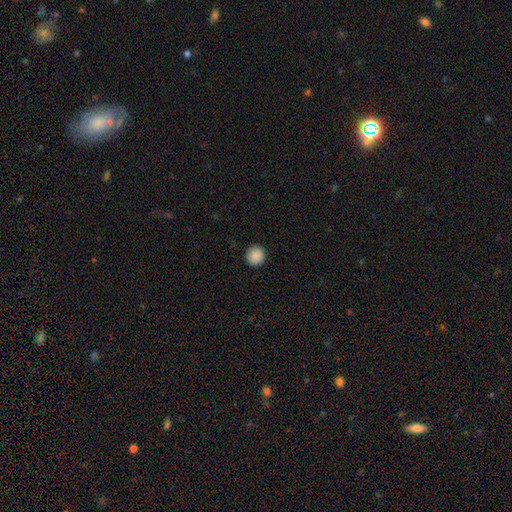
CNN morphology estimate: type=smooth (89%); roundness=round (94%); merging=none (92%).